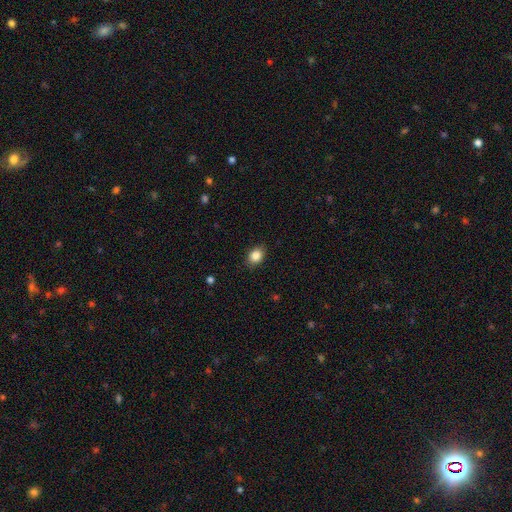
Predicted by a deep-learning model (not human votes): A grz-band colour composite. It shows a smooth galaxy with no disk features (85%) that is in between round and cigar-shaped (61%). Merging: none (86%).